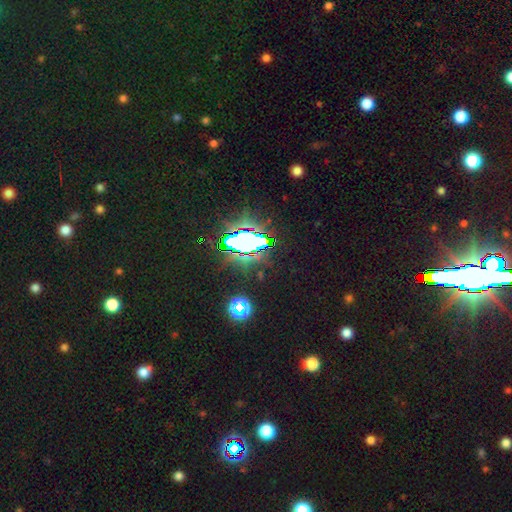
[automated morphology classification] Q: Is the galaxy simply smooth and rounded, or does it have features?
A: star or artifact — 83%.